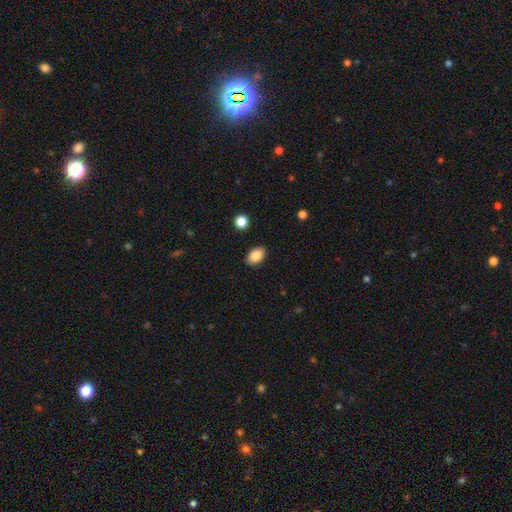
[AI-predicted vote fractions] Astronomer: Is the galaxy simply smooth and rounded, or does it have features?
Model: smooth — 85%.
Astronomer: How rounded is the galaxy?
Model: in between — 88%.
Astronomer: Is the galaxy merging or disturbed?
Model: none — 89%.